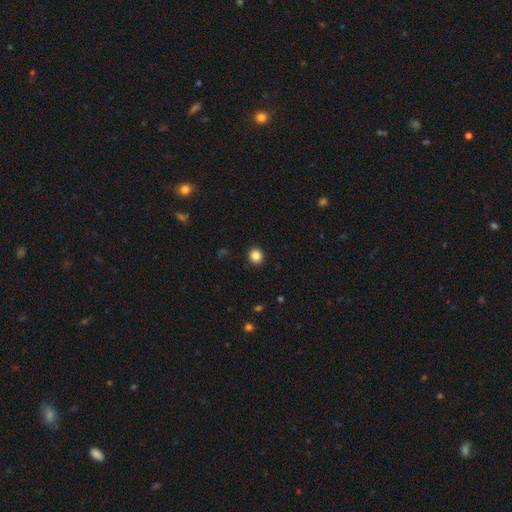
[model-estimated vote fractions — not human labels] smooth-or-featured: smooth: 85% | star or artifact: 11% | featured or disk: 4%
  how-rounded: round: 89% | in between: 10% | cigar-shaped: 1%
  merging: none: 92% | minor disturbance: 5% | major disturbance: 2% | merger: 1%